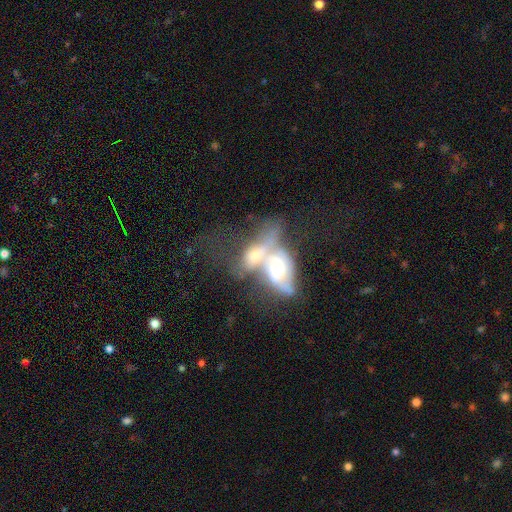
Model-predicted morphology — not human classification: Overall: featured or disk (59%; smooth 33%). Edge-on disk: no (85%). Merging: merger (75%).